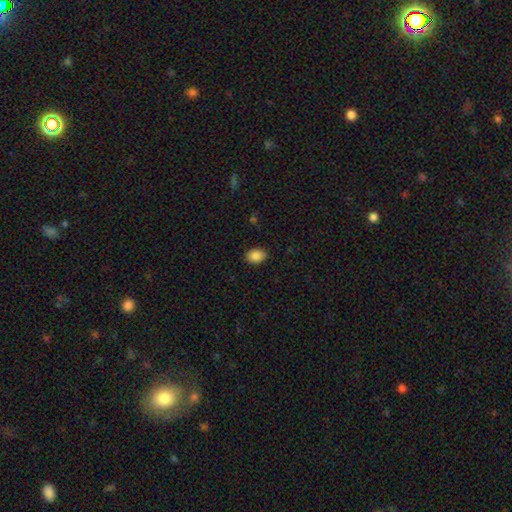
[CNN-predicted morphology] Smooth or featured? smooth (88%)
How rounded? in between (77%)
Merging? none (86%)